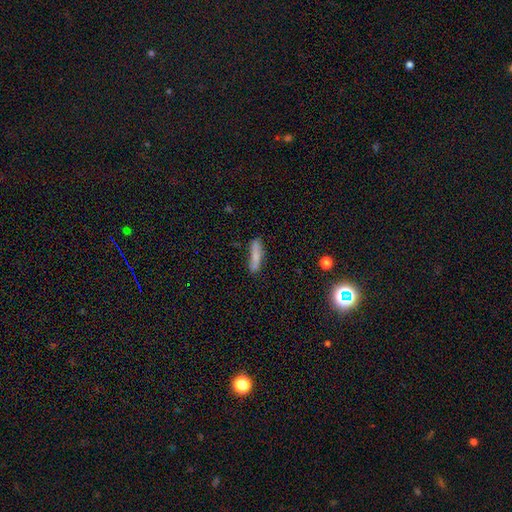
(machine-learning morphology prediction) This appears to be a smooth galaxy with no disk features (75%) that is cigar-shaped (81%). Merging: none (75%).